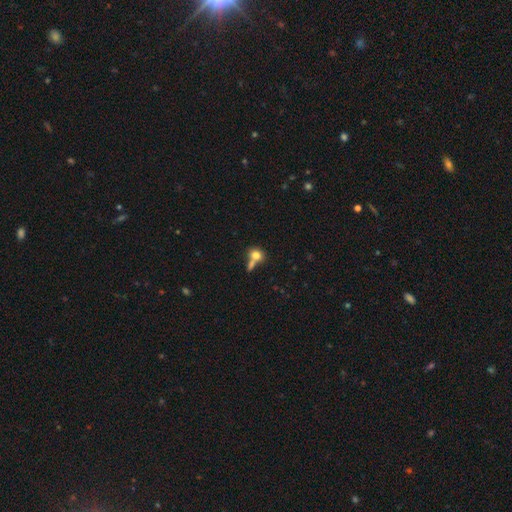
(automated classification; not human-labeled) The model was most divided on "merging": merger: 46%, none: 38%, minor disturbance: 10%, major disturbance: 6%. More confident: smooth or featured — smooth (78%); how rounded — round (58%).